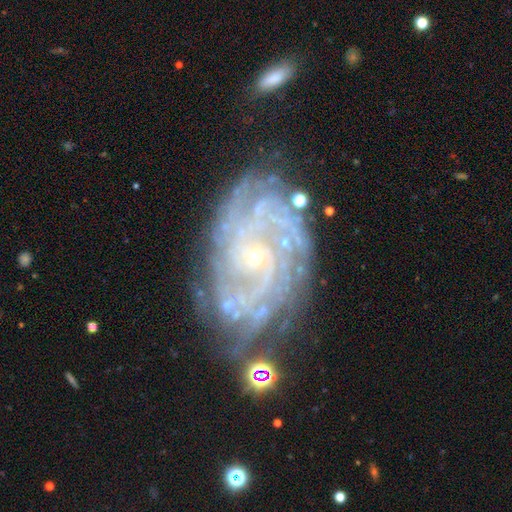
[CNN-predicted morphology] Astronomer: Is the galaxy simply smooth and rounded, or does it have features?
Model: featured or disk — 90%.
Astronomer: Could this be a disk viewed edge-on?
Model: no — 97%.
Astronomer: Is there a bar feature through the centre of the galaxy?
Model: no — 72%.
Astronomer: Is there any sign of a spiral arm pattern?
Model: yes — 98%.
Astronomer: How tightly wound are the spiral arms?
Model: tight — 79%.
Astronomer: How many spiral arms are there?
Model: more than 4 — 24%, tied with 4 at 24%.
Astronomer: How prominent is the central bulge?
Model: small — 83%.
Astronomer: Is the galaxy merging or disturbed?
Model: none — 70%.